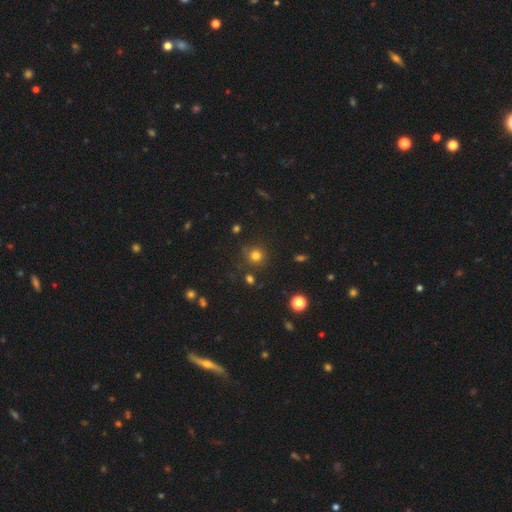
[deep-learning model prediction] The model was most divided on "smooth or featured": smooth: 77%, star or artifact: 17%, featured or disk: 6%. More confident: how rounded — round (92%); merging — none (81%).